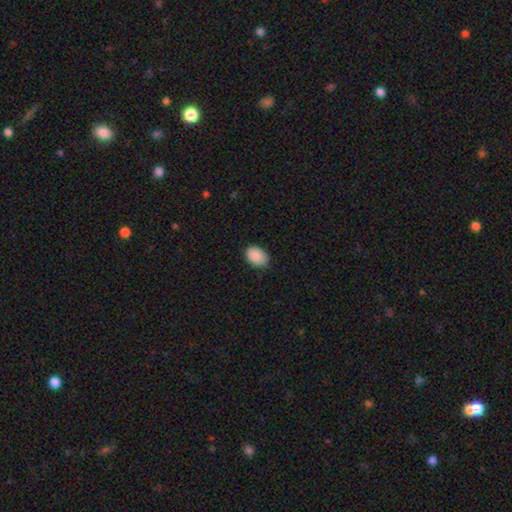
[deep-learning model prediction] This is clearly a smooth galaxy (89%). How rounded: clearly in between (81%). Merging: clearly none (83%).